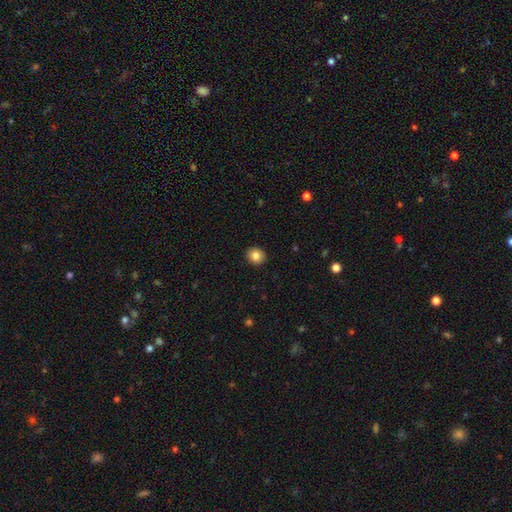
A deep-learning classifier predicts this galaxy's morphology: Smooth or featured? smooth (85%)
How rounded? round (84%)
Merging? none (92%)